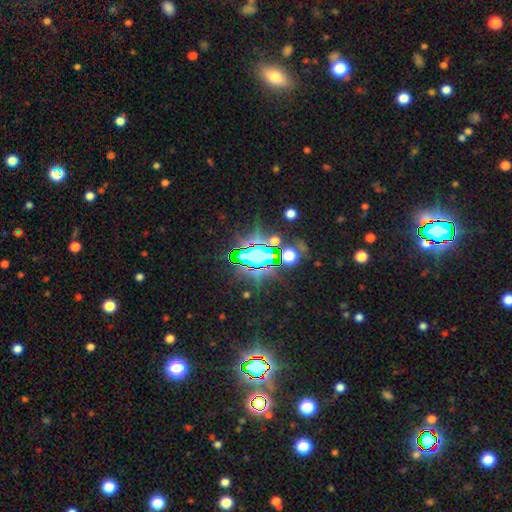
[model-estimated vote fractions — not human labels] smooth-or-featured: star or artifact: 70% | smooth: 17% | featured or disk: 13%